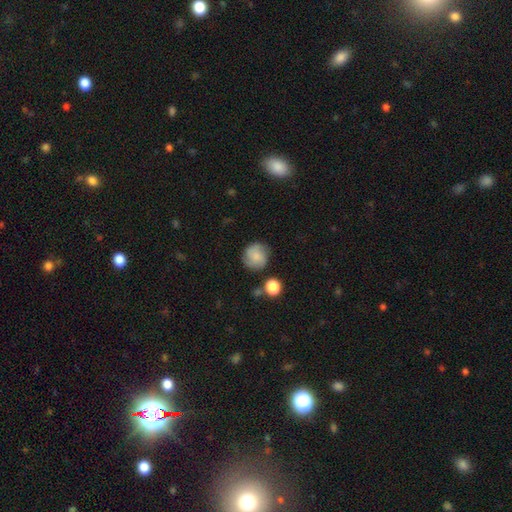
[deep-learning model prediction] Q: Smooth or featured?
A: smooth (70%); runner-up: featured or disk (20%)
Q: How rounded?
A: round (90%); runner-up: in between (9%)
Q: Merging?
A: none (74%); runner-up: minor disturbance (16%)